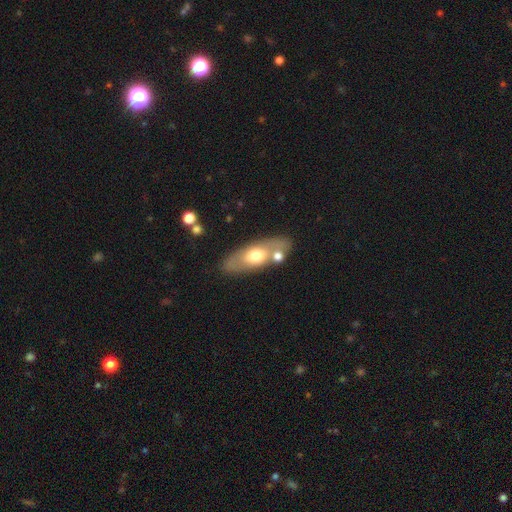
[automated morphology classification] Smooth or featured? smooth (54%)
How rounded? in between (74%)
Merging? none (70%)